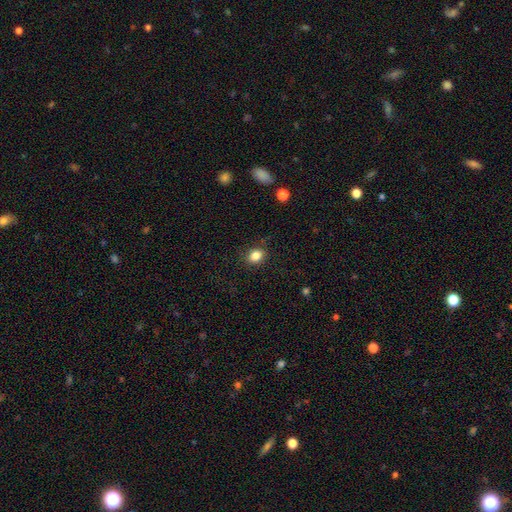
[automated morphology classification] smooth_or_featured: smooth (p=0.84) [alt: star or artifact p=0.10]
how_rounded: round (p=0.50) [alt: in between p=0.49]
merging: none (p=0.85) [alt: minor disturbance p=0.11]